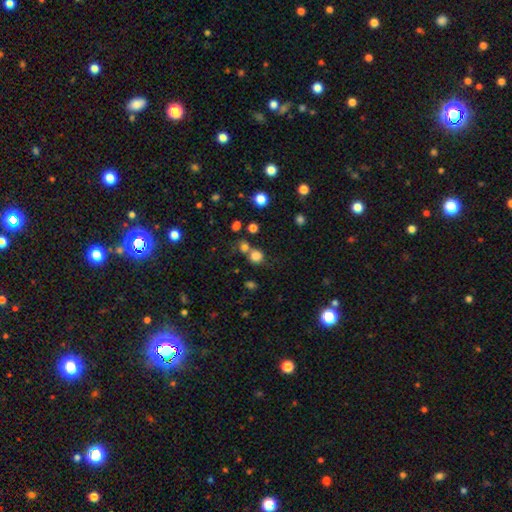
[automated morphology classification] This is likely a smooth galaxy (77%). How rounded: clearly round (85%). Merging: possibly none (54%).